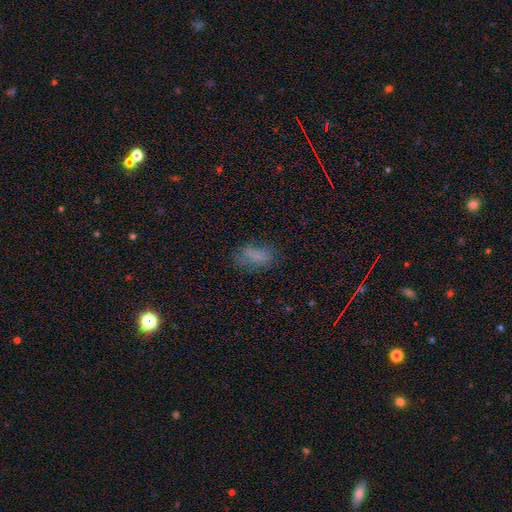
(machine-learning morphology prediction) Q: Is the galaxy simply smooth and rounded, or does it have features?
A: smooth — 69%.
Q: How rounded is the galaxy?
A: in between — 88%.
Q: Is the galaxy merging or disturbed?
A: none — 57%.